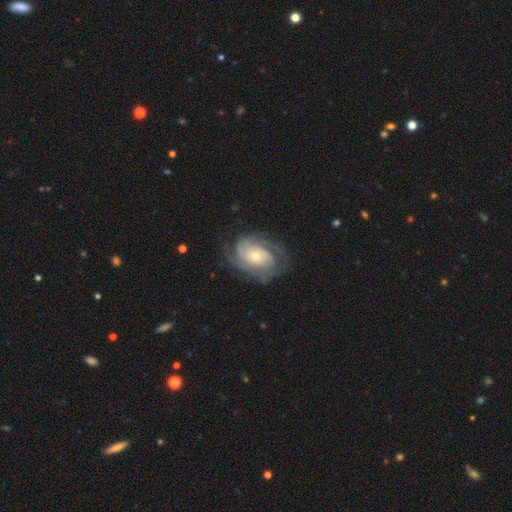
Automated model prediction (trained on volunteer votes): This appears to be a featured or disk galaxy (85%) with no bar (76%), 3 (28%) tight (61%) spiral arms (95%) and a small central bulge (56%). Merging: none (71%).